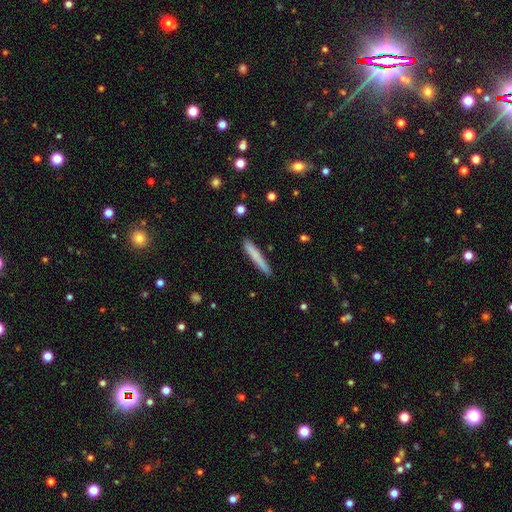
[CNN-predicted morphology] smooth_or_featured: smooth (p=0.76) [alt: featured or disk p=0.17]
how_rounded: cigar-shaped (p=0.96) [alt: in between p=0.03]
merging: none (p=0.88) [alt: minor disturbance p=0.09]